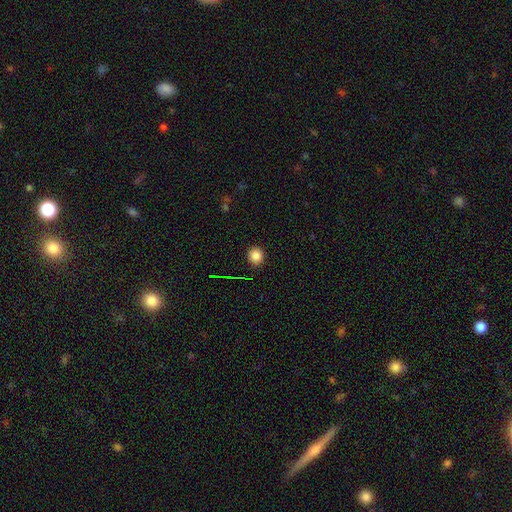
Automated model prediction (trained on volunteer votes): Overall: smooth (83%). How rounded: round (91%). Merging: none (91%).